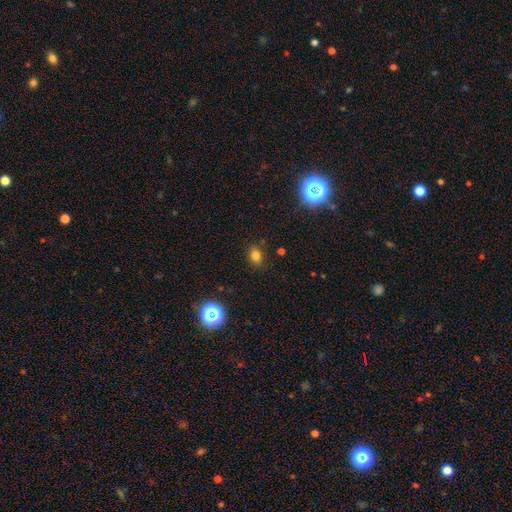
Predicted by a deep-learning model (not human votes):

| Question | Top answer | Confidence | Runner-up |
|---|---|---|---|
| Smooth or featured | smooth | 76% | star or artifact (18%) |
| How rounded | in between | 52% | round (47%) |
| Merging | none | 83% | minor disturbance (12%) |